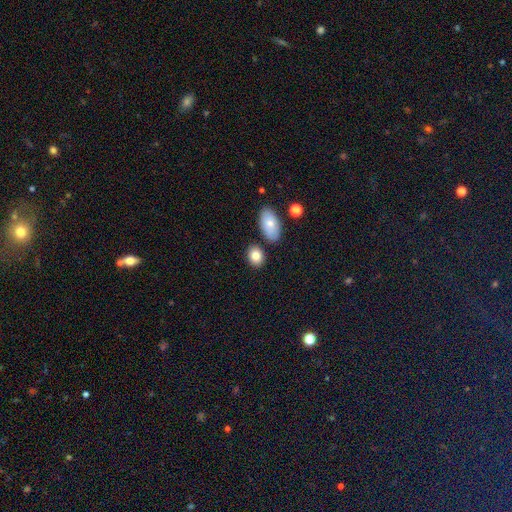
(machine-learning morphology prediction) Overall: smooth (82%). How rounded: in between (61%; round 38%). Merging: none (77%).